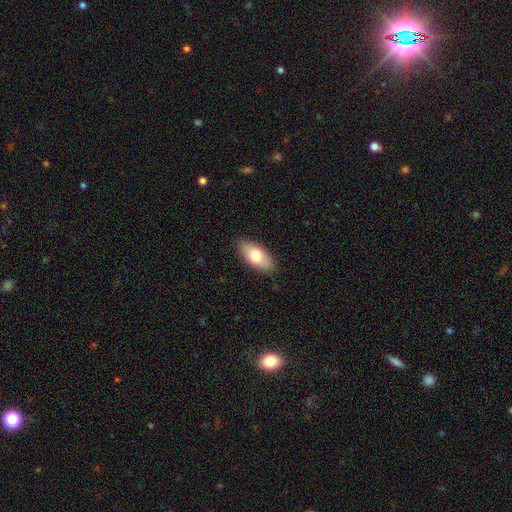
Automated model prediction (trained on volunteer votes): smooth-or-featured: smooth: 76% | featured or disk: 17% | star or artifact: 6%
  how-rounded: in between: 88% | cigar-shaped: 8% | round: 3%
  merging: none: 86% | minor disturbance: 11% | major disturbance: 2% | merger: 1%